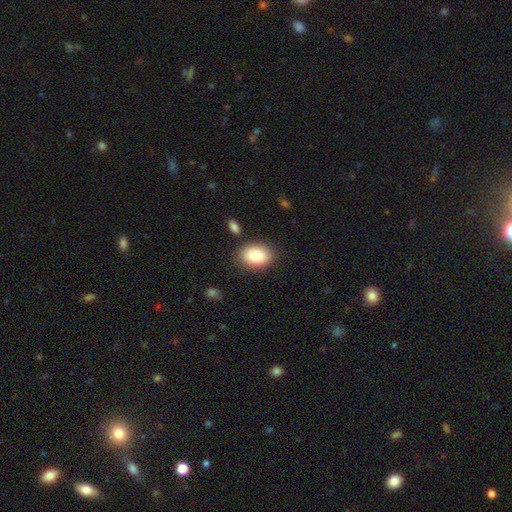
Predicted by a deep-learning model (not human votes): Smooth or featured? Predicted: smooth (p=0.86). How rounded? Predicted: in between (p=0.86). Merging? Predicted: none (p=0.82).